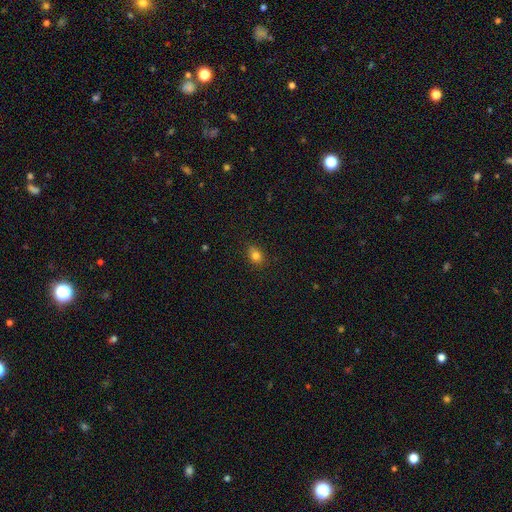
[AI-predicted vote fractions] Morphology: type=smooth (80%); roundness=round (52%); merging=none (78%).